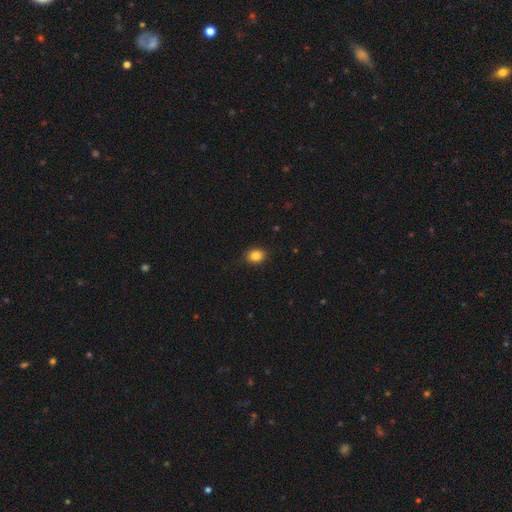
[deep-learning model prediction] Q: Smooth or featured?
A: smooth (85%); runner-up: star or artifact (10%)
Q: How rounded?
A: round (51%); runner-up: in between (48%)
Q: Merging?
A: none (87%); runner-up: minor disturbance (10%)